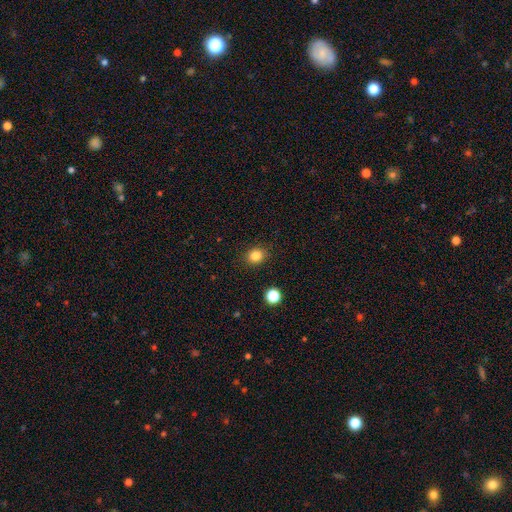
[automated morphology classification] Smooth or featured? smooth (84%)
How rounded? round (67%)
Merging? none (88%)